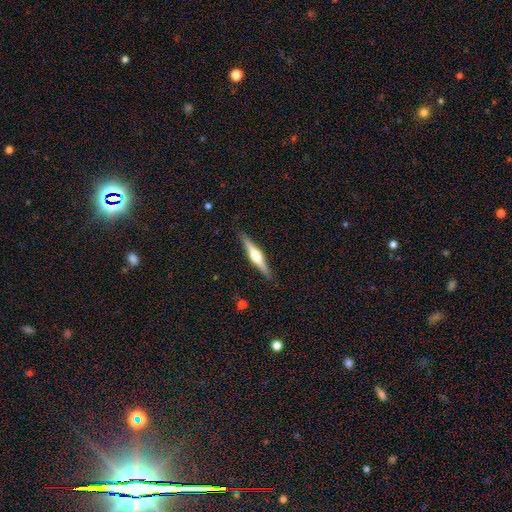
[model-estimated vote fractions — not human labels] The model was most divided on "smooth or featured": featured or disk: 73%, smooth: 22%, star or artifact: 5%. More confident: edge-on disk — yes (98%); edge-on bulge — rounded (94%); merging — none (89%).